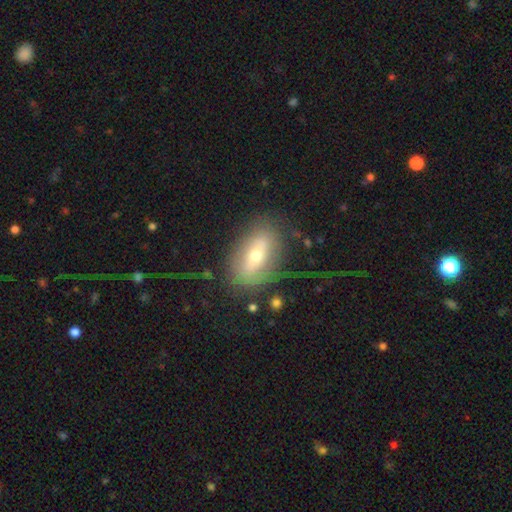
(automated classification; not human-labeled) Smooth or featured: featured or disk — 48% (smooth — 44%)
Merging: none — 65% (minor disturbance — 18%)